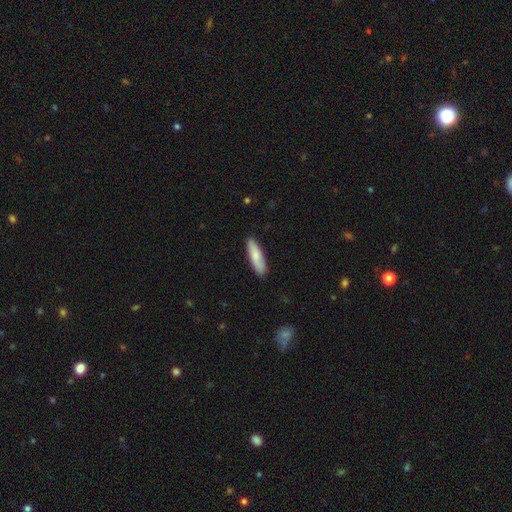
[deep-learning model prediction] A smooth galaxy with no disk features (80%) that is cigar-shaped (66%). Merging: none (87%).